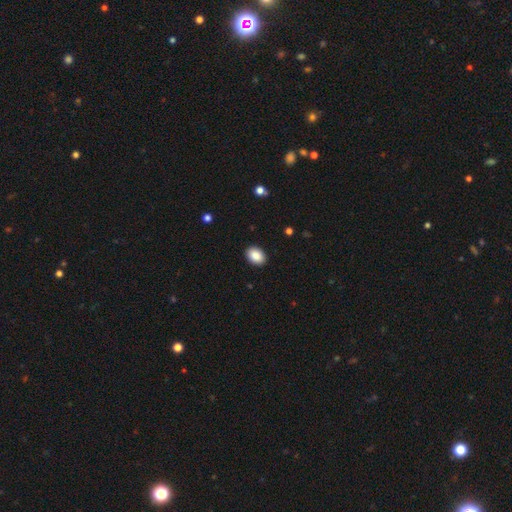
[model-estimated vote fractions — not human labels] A smooth galaxy with no disk features (89%) that is in between round and cigar-shaped (78%).

Vote fractions:
- Smooth or featured? smooth: 89% / star or artifact: 7% / featured or disk: 4%
- How rounded? in between: 78% / round: 21% / cigar-shaped: 1%
- Merging? none: 91% / minor disturbance: 6% / major disturbance: 2% / merger: 1%